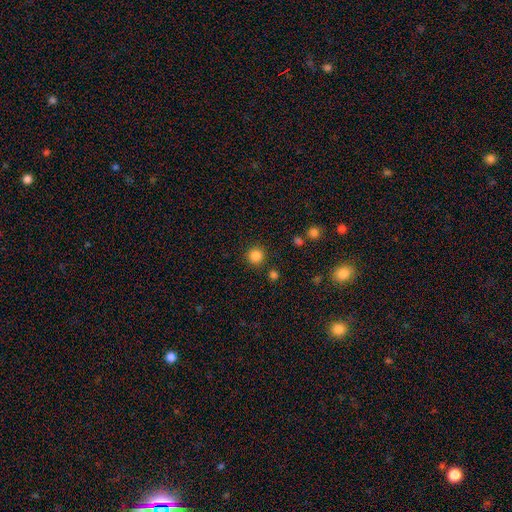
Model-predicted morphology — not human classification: smooth 85%, star or artifact 12%, featured or disk 3%. Down the decision tree: how rounded — round (95%); merging — none (90%).